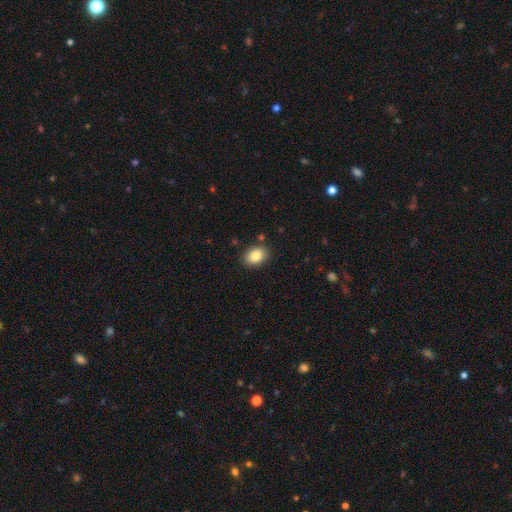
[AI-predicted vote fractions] Smooth or featured?
  - smooth: 85% *
  - star or artifact: 8%
  - featured or disk: 7%
How rounded?
  - in between: 73% *
  - round: 26%
  - cigar-shaped: 1%
Merging?
  - none: 85% *
  - minor disturbance: 10%
  - major disturbance: 2%
  - merger: 2%